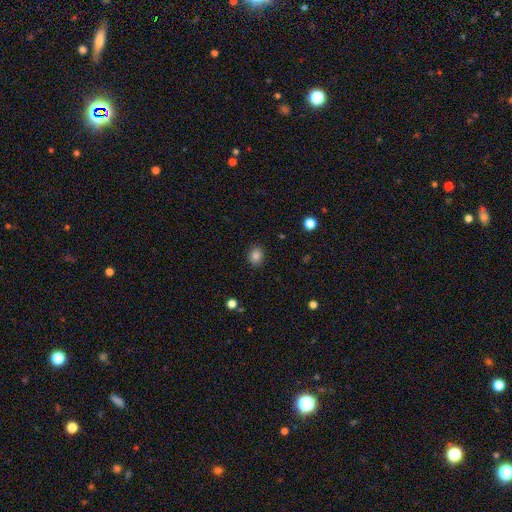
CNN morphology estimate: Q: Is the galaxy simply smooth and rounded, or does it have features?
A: smooth — 85%.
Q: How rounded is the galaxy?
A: round — 64%.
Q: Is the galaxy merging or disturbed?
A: none — 89%.